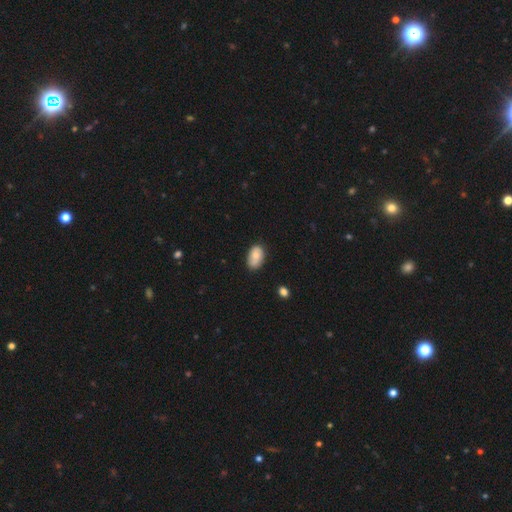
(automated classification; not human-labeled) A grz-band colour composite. It shows a smooth galaxy with no disk features (74%) that is in between round and cigar-shaped (90%). Merging: none (73%).